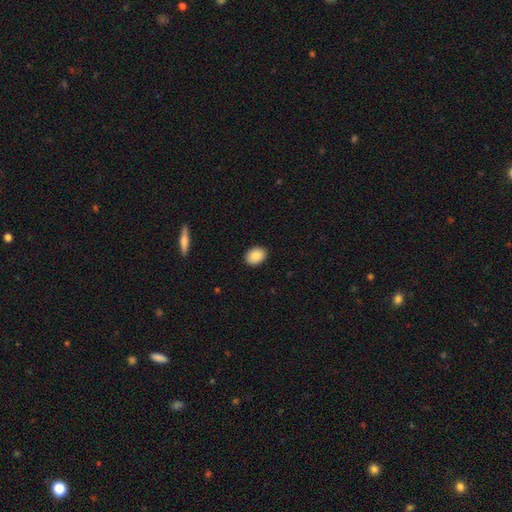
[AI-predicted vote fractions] A smooth galaxy with no disk features (89%) that is in between round and cigar-shaped (73%). Merging: none (90%).